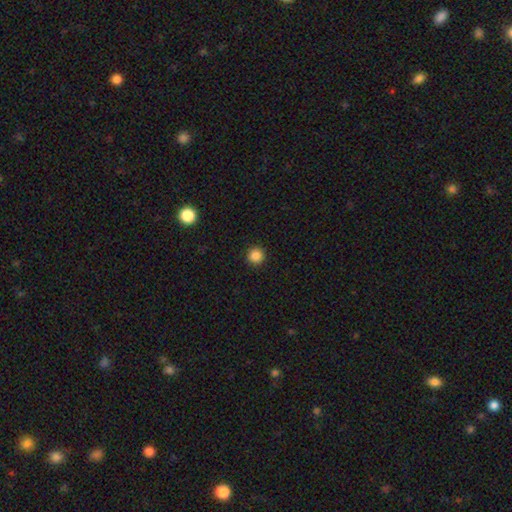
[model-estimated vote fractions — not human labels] This appears to be a smooth galaxy with no disk features (86%) that is round (96%). Merging: none (93%).